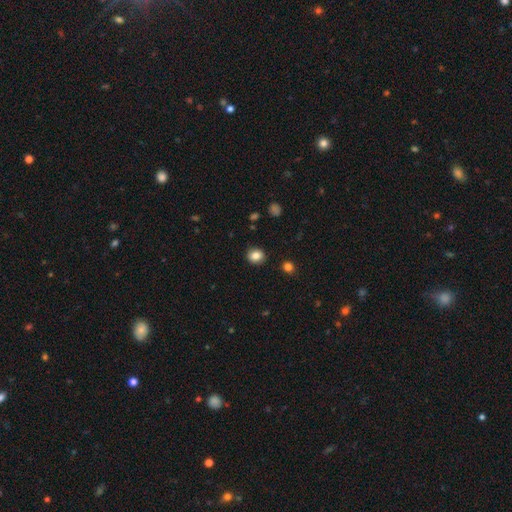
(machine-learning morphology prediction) Smooth or featured: smooth — 84% (star or artifact — 10%)
How rounded: round — 72% (in between — 27%)
Merging: none — 89% (minor disturbance — 7%)